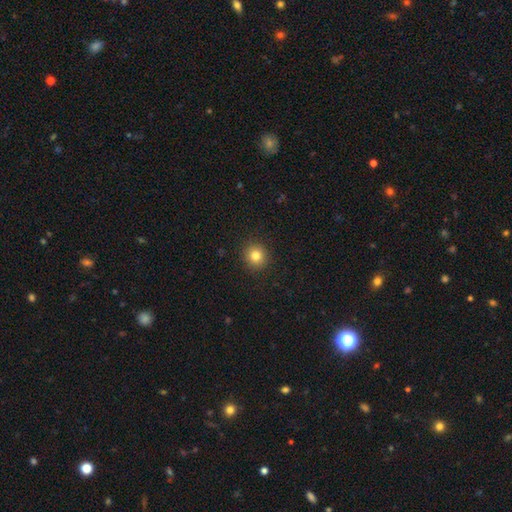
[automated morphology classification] smooth_or_featured: smooth (p=0.81) [alt: star or artifact p=0.12]
how_rounded: round (p=0.91) [alt: in between p=0.08]
merging: none (p=0.91) [alt: minor disturbance p=0.06]